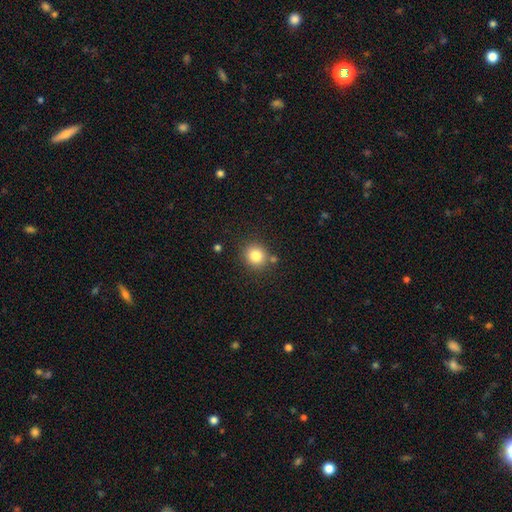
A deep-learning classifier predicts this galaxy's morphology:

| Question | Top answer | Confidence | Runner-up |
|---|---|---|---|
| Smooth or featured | smooth | 82% | star or artifact (11%) |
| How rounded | round | 87% | in between (12%) |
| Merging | none | 81% | minor disturbance (9%) |